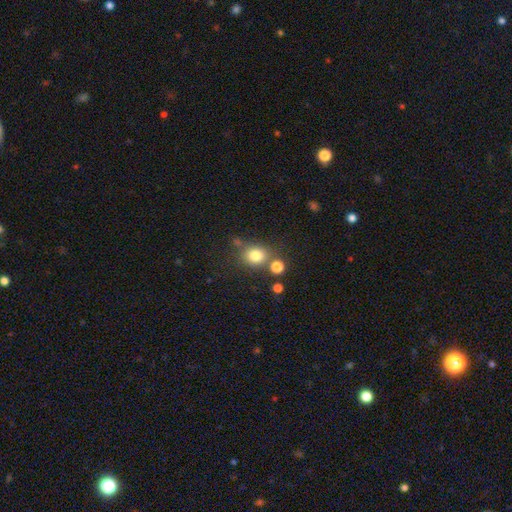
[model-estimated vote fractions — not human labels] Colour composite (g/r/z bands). It shows a smooth galaxy with no disk features (79%) that is round (72%). Merging: none (66%).